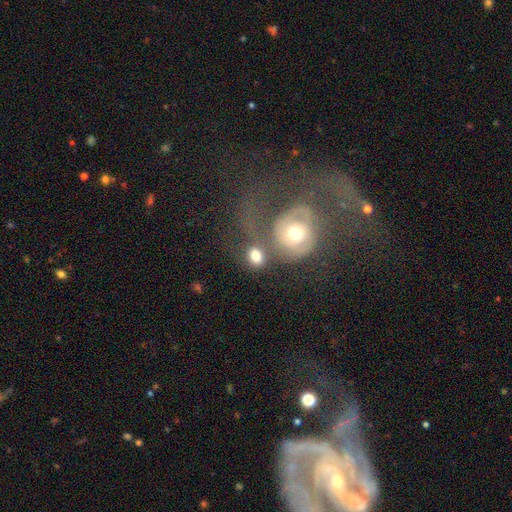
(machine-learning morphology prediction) The model was most divided on "merging": merger: 38%, none: 36%, major disturbance: 13%, minor disturbance: 13%. More confident: smooth or featured — smooth (68%); how rounded — round (51%).